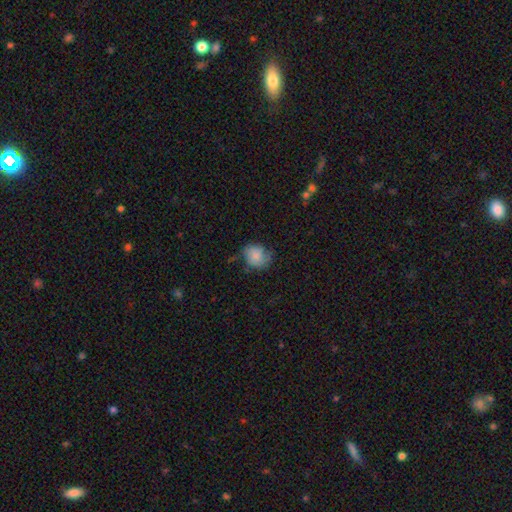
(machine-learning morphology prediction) Smooth or featured: smooth — 67% (featured or disk — 25%)
How rounded: round — 69% (in between — 30%)
Merging: none — 52% (minor disturbance — 32%)